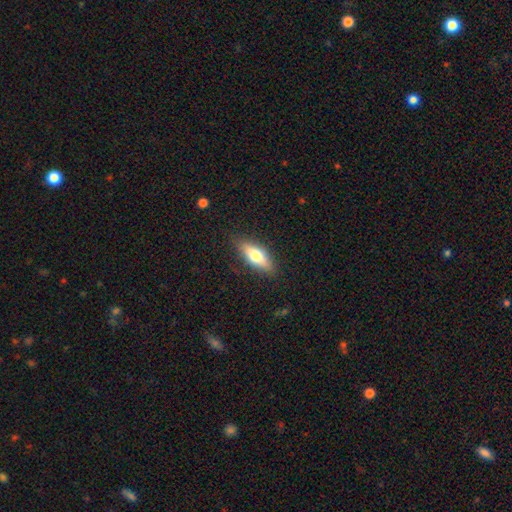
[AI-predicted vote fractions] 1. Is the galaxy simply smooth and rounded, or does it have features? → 64% smooth, 29% featured or disk, 7% star or artifact.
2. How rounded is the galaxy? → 59% in between, 38% cigar-shaped, 3% round.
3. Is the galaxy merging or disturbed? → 85% none, 11% minor disturbance, 3% major disturbance, 1% merger.